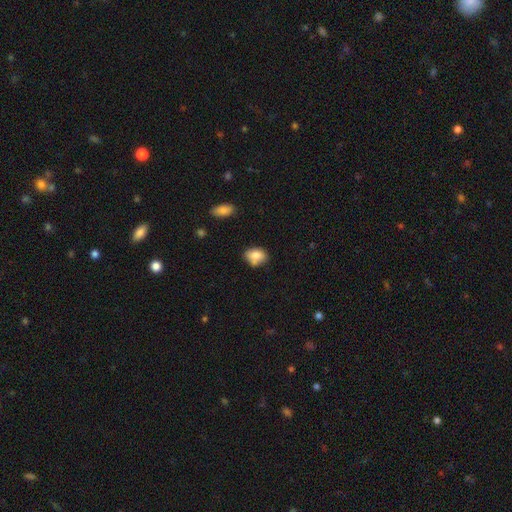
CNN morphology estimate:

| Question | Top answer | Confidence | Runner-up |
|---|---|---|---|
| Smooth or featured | smooth | 80% | featured or disk (11%) |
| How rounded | in between | 71% | round (27%) |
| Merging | none | 60% | minor disturbance (23%) |